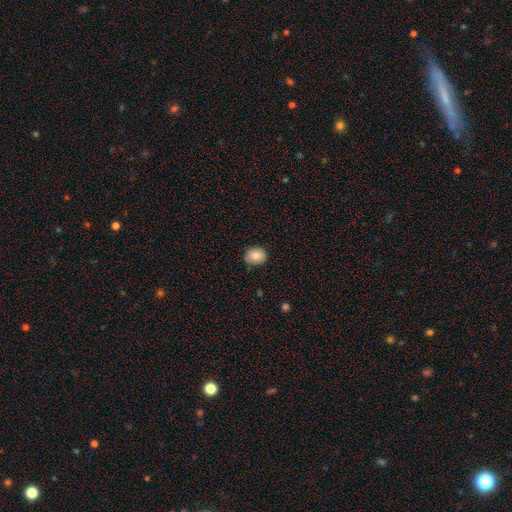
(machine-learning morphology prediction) Overall: smooth (81%). How rounded: round (69%; in between 30%). Merging: none (82%).